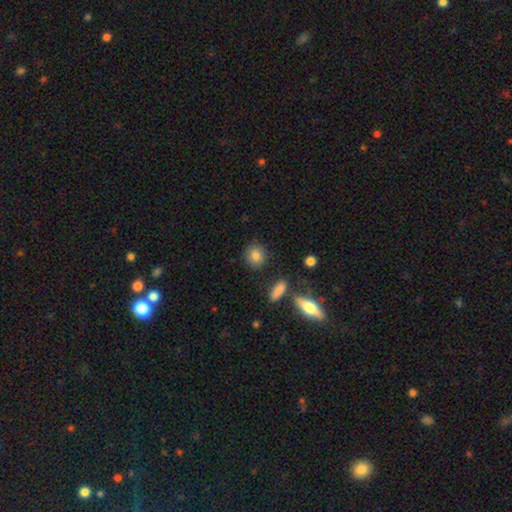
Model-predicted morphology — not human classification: Overall: smooth (83%). How rounded: round (83%). Merging: none (85%).